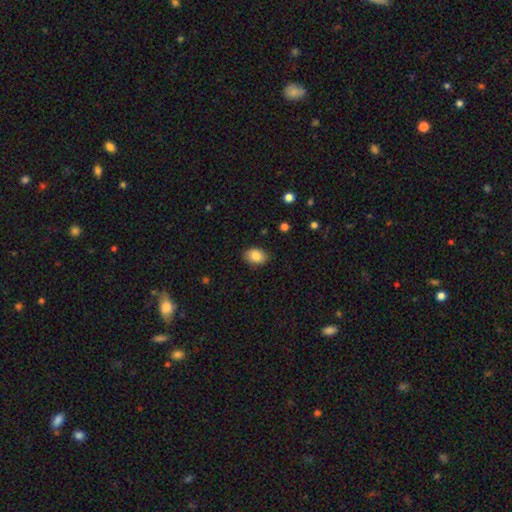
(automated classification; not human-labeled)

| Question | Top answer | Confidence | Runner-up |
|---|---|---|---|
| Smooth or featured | smooth | 86% | star or artifact (8%) |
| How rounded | in between | 80% | round (19%) |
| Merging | none | 83% | minor disturbance (14%) |